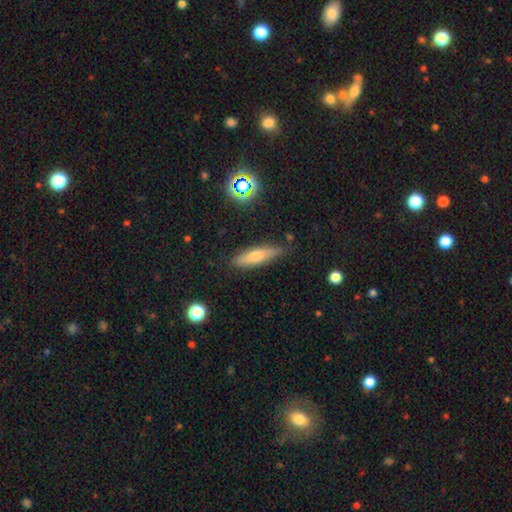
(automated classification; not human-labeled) The model was most divided on "smooth or featured": smooth: 61%, featured or disk: 29%, star or artifact: 10%. More confident: merging — none (80%); how rounded — cigar-shaped (69%).